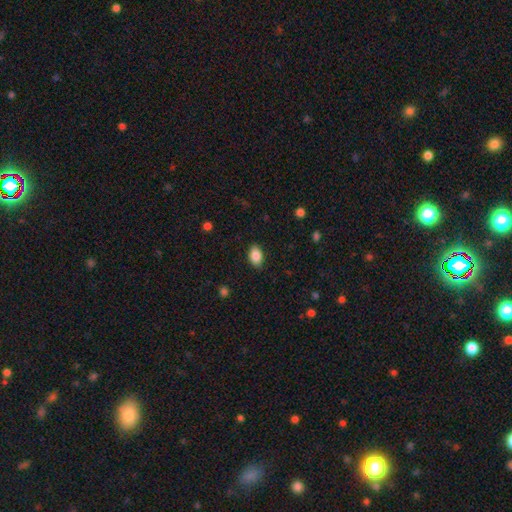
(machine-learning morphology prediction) The model was most divided on "merging": none: 87%, minor disturbance: 9%, major disturbance: 2%, merger: 1%. More confident: how rounded — in between (89%); smooth or featured — smooth (87%).